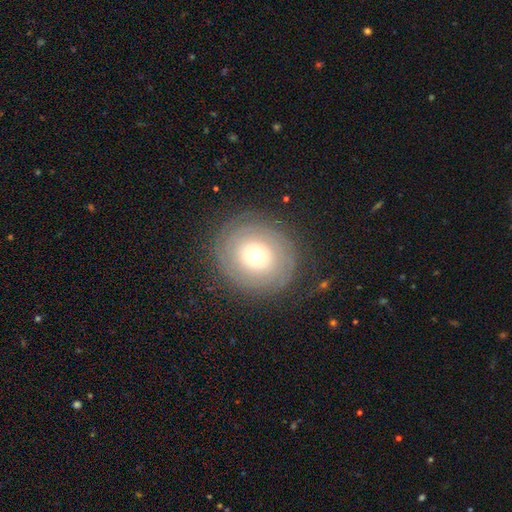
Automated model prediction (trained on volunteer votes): Overall: featured or disk (51%; smooth 40%). Edge-on disk: no (96%). Merging: none (81%).